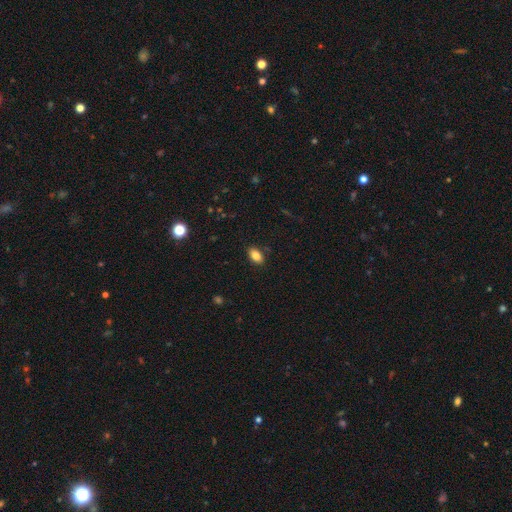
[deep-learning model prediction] Smooth or featured?
  - smooth: 84% *
  - star or artifact: 9%
  - featured or disk: 7%
How rounded?
  - in between: 90% *
  - round: 8%
  - cigar-shaped: 2%
Merging?
  - none: 88% *
  - minor disturbance: 9%
  - major disturbance: 2%
  - merger: 1%